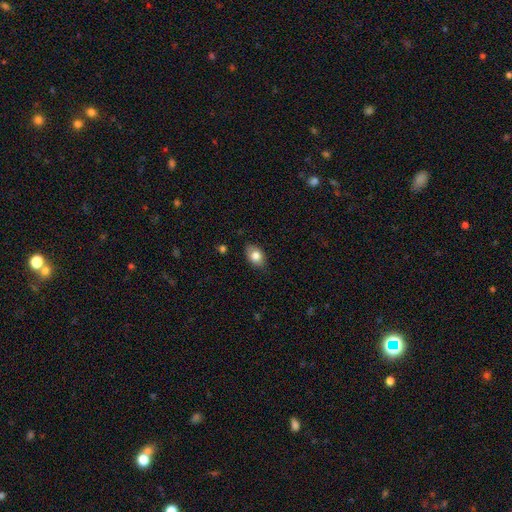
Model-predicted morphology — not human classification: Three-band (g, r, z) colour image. It shows a smooth galaxy with no disk features (80%) that is in between round and cigar-shaped (84%). Merging: none (80%).